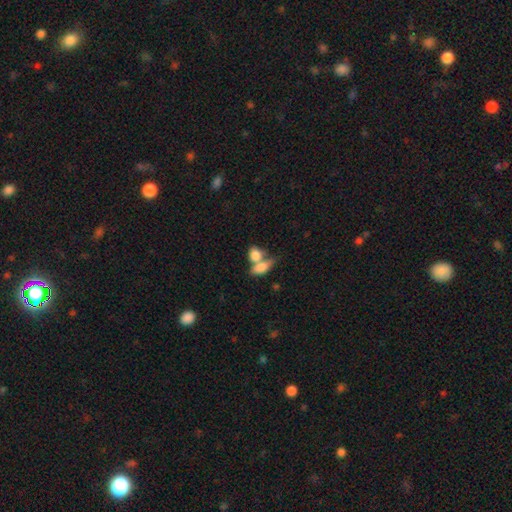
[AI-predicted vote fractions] The model was most divided on "merging": merger: 61%, none: 26%, minor disturbance: 8%, major disturbance: 5%. More confident: smooth or featured — smooth (81%); how rounded — in between (72%).